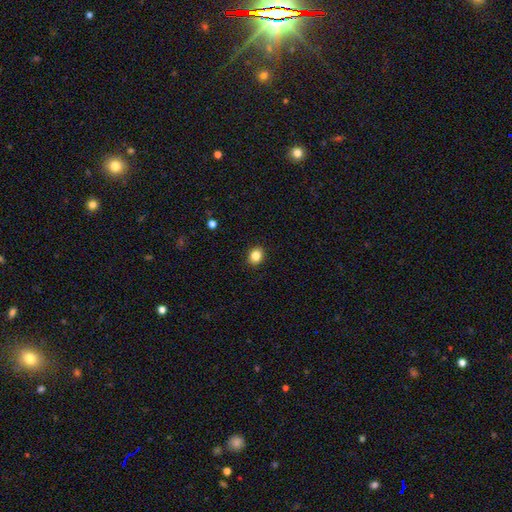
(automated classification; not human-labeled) A smooth galaxy with no disk features (84%) that is round (59%).

Vote fractions:
- Smooth or featured? smooth: 84% / star or artifact: 11% / featured or disk: 5%
- How rounded? round: 59% / in between: 40% / cigar-shaped: 1%
- Merging? none: 91% / minor disturbance: 7% / major disturbance: 2% / merger: 1%